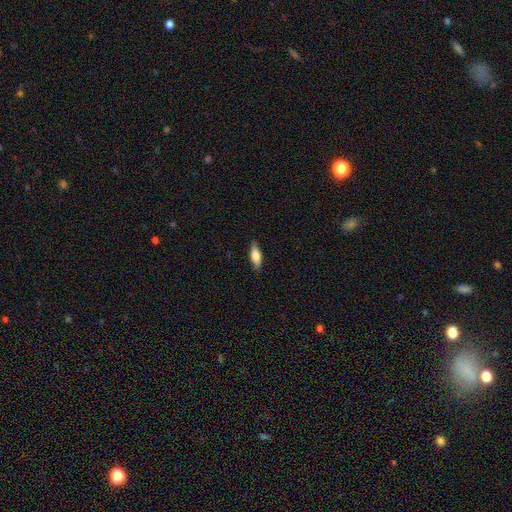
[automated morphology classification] A smooth galaxy with no disk features (72%) that is in between round and cigar-shaped (59%). Merging: none (86%).